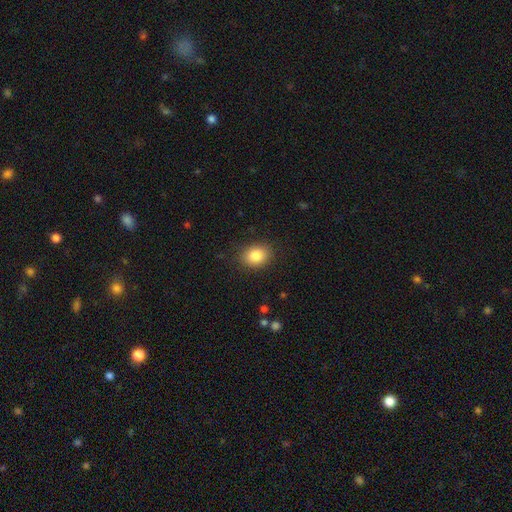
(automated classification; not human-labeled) Overall: smooth (85%). How rounded: in between (52%; round 47%). Merging: none (86%).